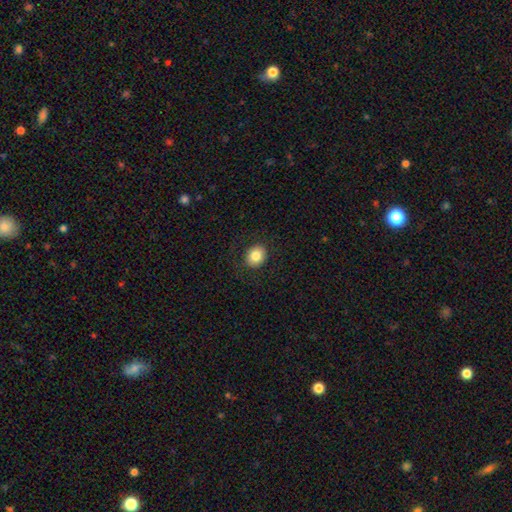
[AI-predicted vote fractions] Morphology: type=smooth (84%); roundness=round (63%); merging=none (88%).